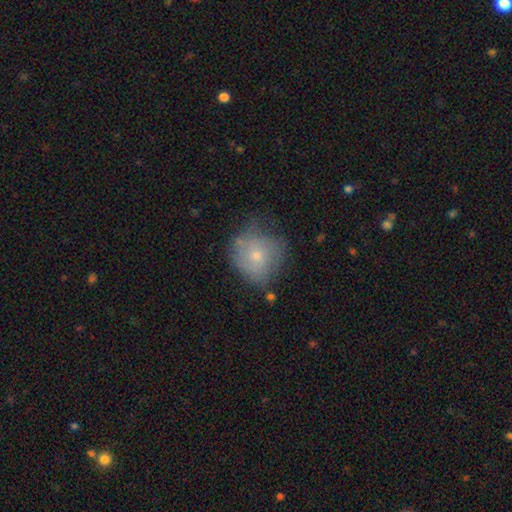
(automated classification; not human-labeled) smooth 55%, featured or disk 36%, star or artifact 9%. Down the decision tree: how rounded — round (82%); merging — none (53%).